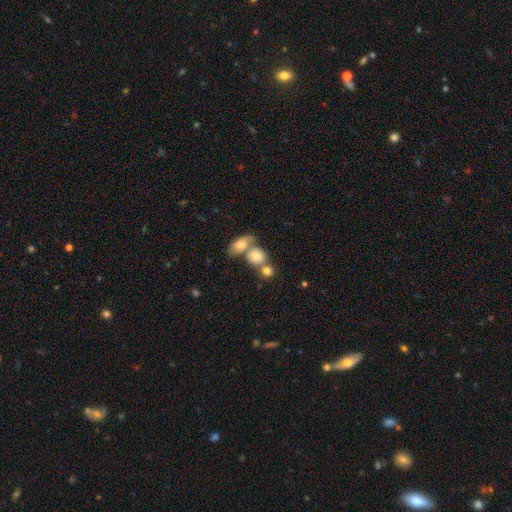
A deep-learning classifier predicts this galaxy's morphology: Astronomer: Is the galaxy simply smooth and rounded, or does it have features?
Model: smooth — 72%.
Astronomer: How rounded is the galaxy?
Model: round — 59% (runner-up: in between, 38%).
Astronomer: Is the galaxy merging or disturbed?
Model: merger — 49% (runner-up: none, 36%).